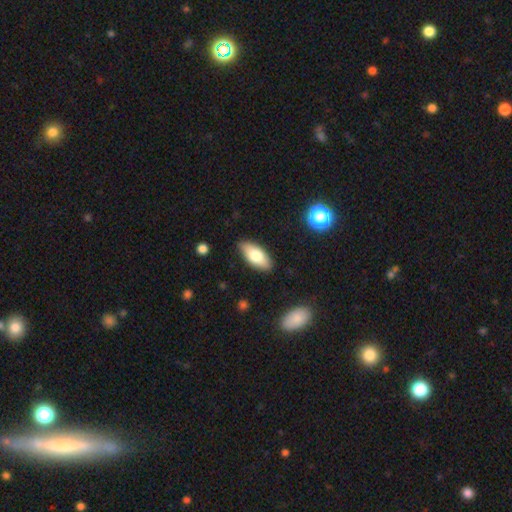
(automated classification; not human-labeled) smooth 74%, featured or disk 20%, star or artifact 6%. Down the decision tree: how rounded — in between (86%); merging — none (86%).